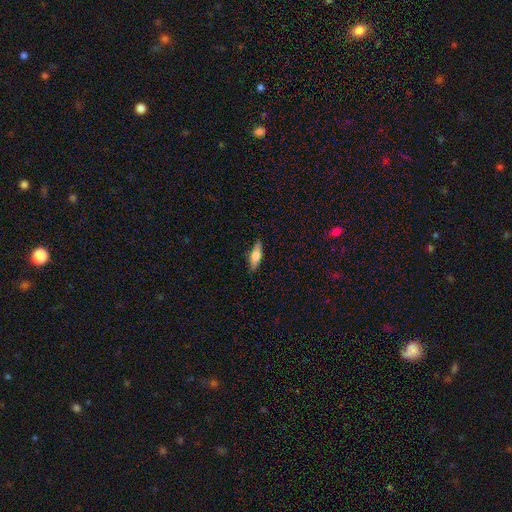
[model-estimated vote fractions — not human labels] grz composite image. It shows a smooth galaxy with no disk features (61%) that is in between round and cigar-shaped (51%). Merging: none (86%).